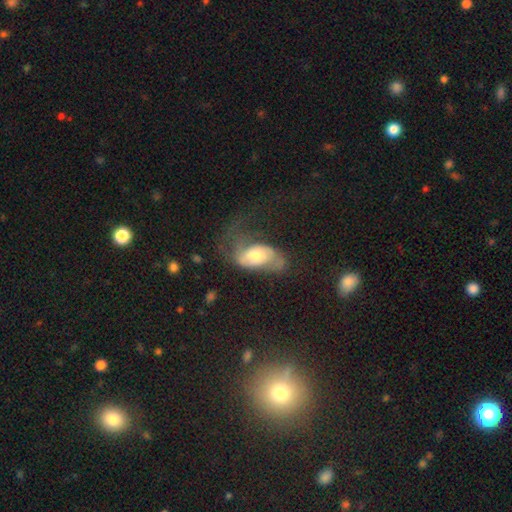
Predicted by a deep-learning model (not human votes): featured or disk 54%, smooth 38%, star or artifact 9%. Down the decision tree: edge-on disk — no (93%); merging — major disturbance (46%).